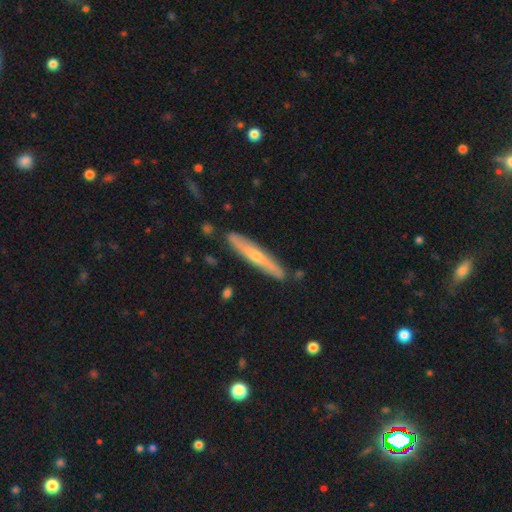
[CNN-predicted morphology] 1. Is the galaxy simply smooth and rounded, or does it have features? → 56% featured or disk, 38% smooth, 6% star or artifact.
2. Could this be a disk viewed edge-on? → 88% yes, 12% no.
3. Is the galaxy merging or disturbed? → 86% none, 10% minor disturbance, 2% merger, 2% major disturbance.